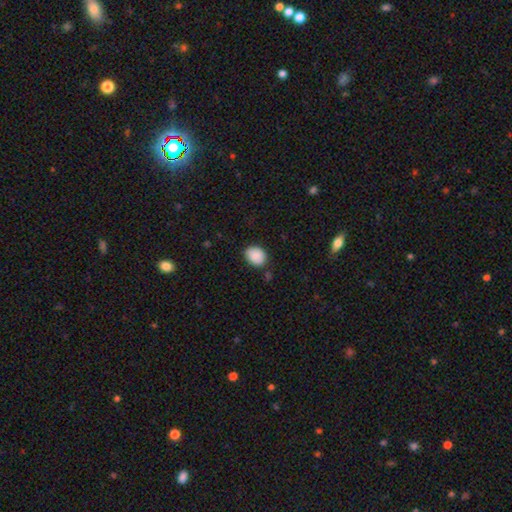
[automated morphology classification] Q: Smooth or featured?
A: smooth (88%); runner-up: star or artifact (8%)
Q: How rounded?
A: in between (52%); runner-up: round (47%)
Q: Merging?
A: none (77%); runner-up: minor disturbance (17%)